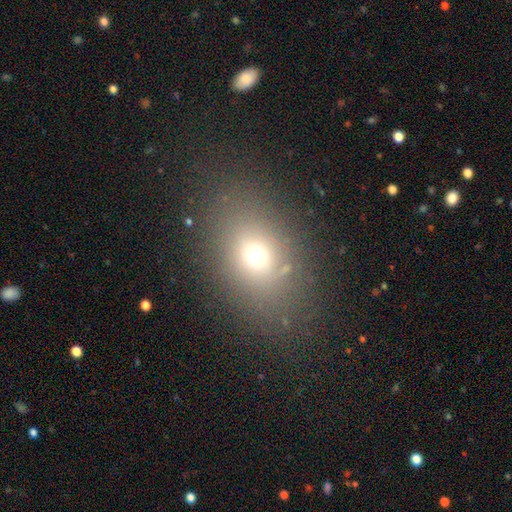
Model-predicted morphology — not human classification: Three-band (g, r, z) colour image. It shows a smooth galaxy with no disk features (68%) that is in between round and cigar-shaped (71%). Merging: none (81%).